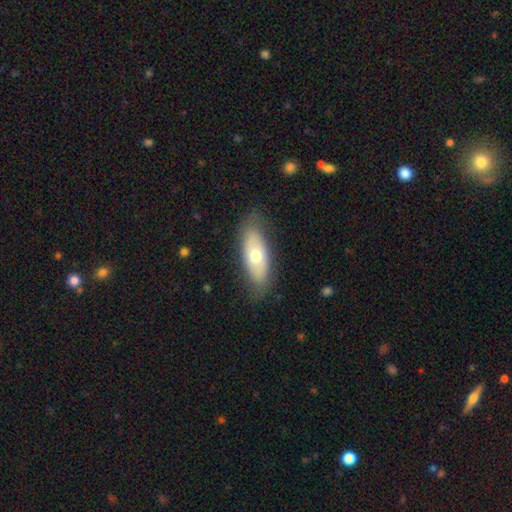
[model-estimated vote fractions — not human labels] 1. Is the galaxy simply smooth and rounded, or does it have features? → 59% smooth, 35% featured or disk, 6% star or artifact.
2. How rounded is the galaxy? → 78% in between, 19% cigar-shaped, 3% round.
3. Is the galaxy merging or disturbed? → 80% none, 15% minor disturbance, 4% major disturbance, 1% merger.